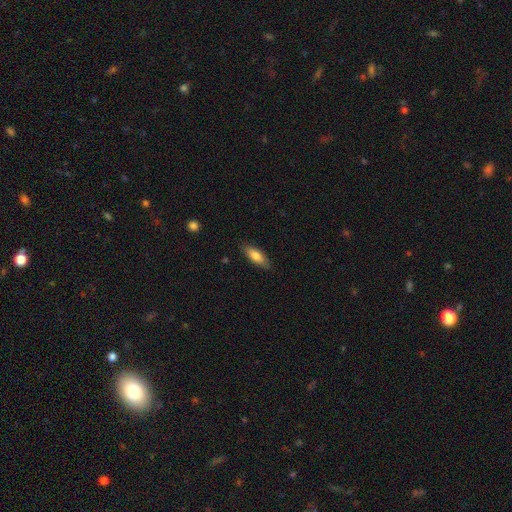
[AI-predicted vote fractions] This appears to be a smooth galaxy with no disk features (74%) that is in between round and cigar-shaped (59%). Merging: none (85%).